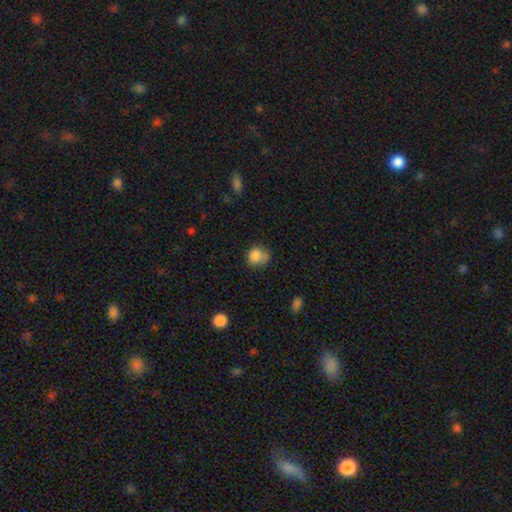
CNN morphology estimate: smooth-or-featured: smooth: 82% | star or artifact: 9% | featured or disk: 9%
  how-rounded: round: 68% | in between: 31% | cigar-shaped: 1%
  merging: none: 51% | minor disturbance: 31% | major disturbance: 12% | merger: 6%